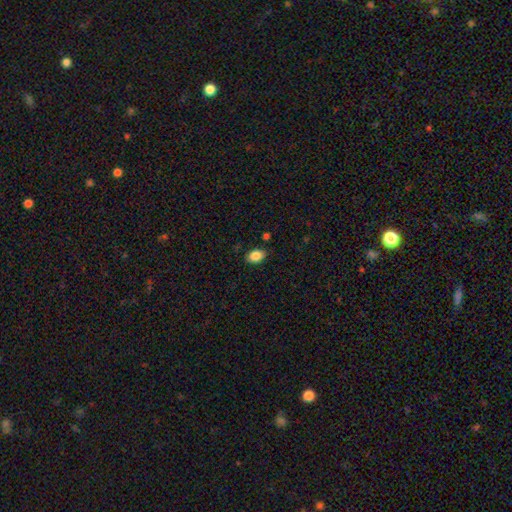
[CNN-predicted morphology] smooth-or-featured: smooth: 86% | star or artifact: 8% | featured or disk: 5%
  how-rounded: in between: 84% | round: 15% | cigar-shaped: 1%
  merging: none: 85% | minor disturbance: 11% | major disturbance: 2% | merger: 2%